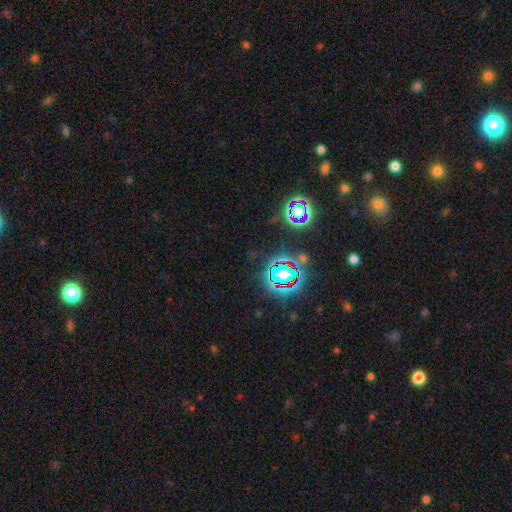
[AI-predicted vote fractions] Morphology: type=star or artifact (78%).